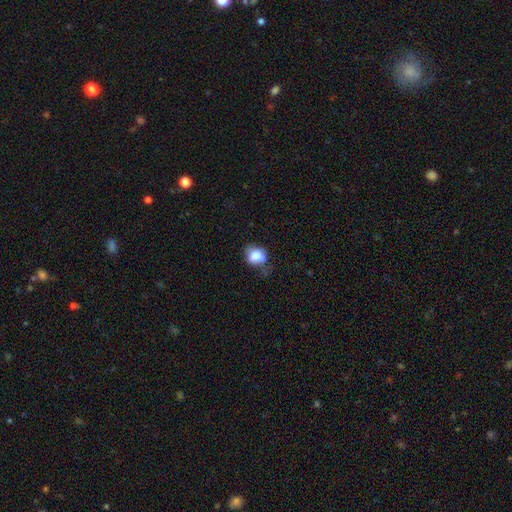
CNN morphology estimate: Smooth or featured?
  - smooth: 75% *
  - featured or disk: 16%
  - star or artifact: 9%
How rounded?
  - round: 52% *
  - in between: 46%
  - cigar-shaped: 1%
Merging?
  - none: 46% *
  - minor disturbance: 34%
  - major disturbance: 17%
  - merger: 3%